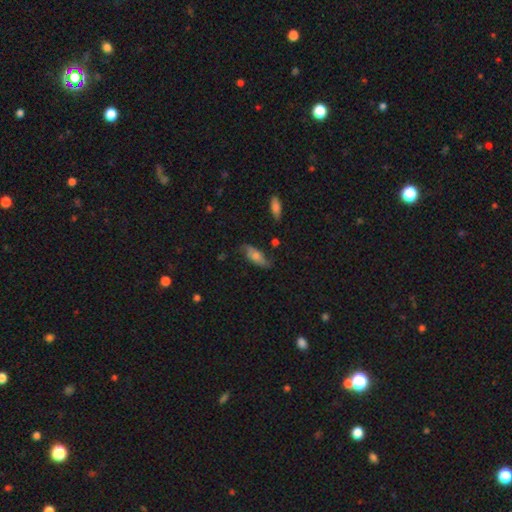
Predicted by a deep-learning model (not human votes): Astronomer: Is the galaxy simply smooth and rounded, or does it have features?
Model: featured or disk — 46% (runner-up: smooth, 45%).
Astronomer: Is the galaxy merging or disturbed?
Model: none — 67%.